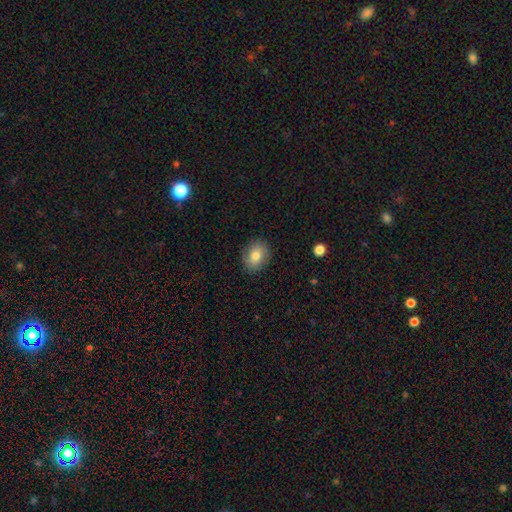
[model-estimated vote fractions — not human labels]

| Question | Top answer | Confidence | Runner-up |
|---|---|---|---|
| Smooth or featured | smooth | 79% | featured or disk (13%) |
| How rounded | in between | 55% | round (44%) |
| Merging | none | 87% | minor disturbance (10%) |